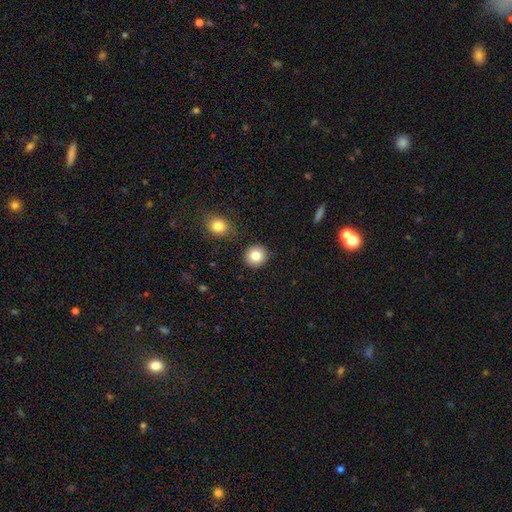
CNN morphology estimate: Overall: smooth (82%). How rounded: round (90%). Merging: none (88%).